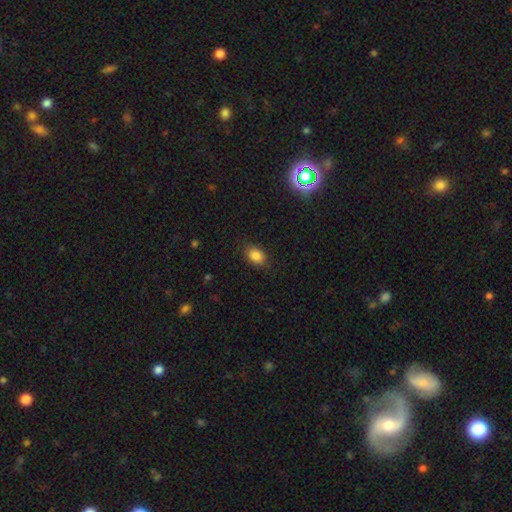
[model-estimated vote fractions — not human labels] Smooth or featured? Predicted: smooth (p=0.85). How rounded? Predicted: in between (p=0.73). Merging? Predicted: none (p=0.84).